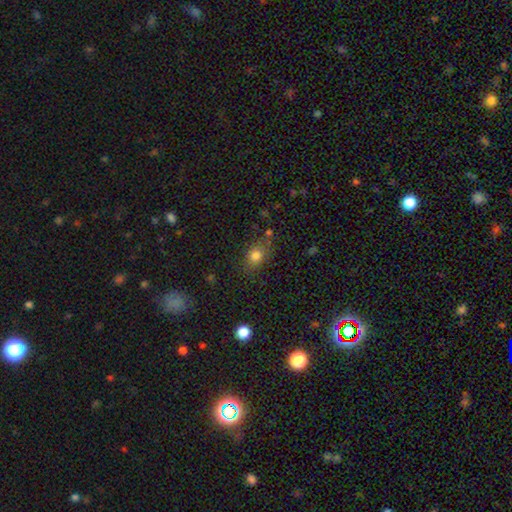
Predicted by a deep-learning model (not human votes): Smooth or featured?
  - smooth: 79% *
  - star or artifact: 13%
  - featured or disk: 8%
How rounded?
  - in between: 54% *
  - round: 44%
  - cigar-shaped: 2%
Merging?
  - none: 75% *
  - minor disturbance: 16%
  - major disturbance: 5%
  - merger: 4%